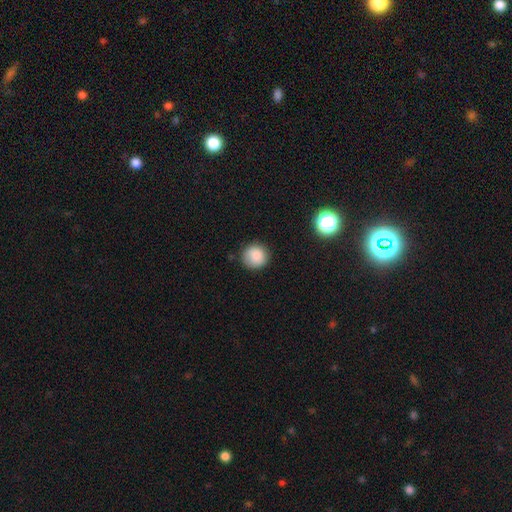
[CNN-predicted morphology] Smooth or featured: smooth — 86% (star or artifact — 9%)
How rounded: round — 93% (in between — 6%)
Merging: none — 86% (minor disturbance — 10%)